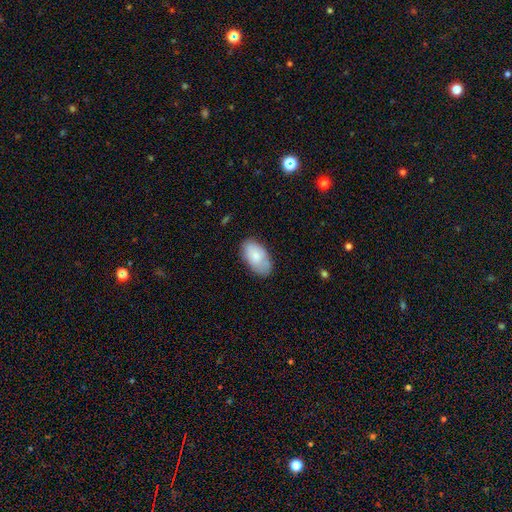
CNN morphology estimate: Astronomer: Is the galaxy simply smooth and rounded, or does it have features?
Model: smooth — 75%.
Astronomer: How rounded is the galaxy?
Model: in between — 94%.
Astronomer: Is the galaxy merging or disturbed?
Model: none — 70%.